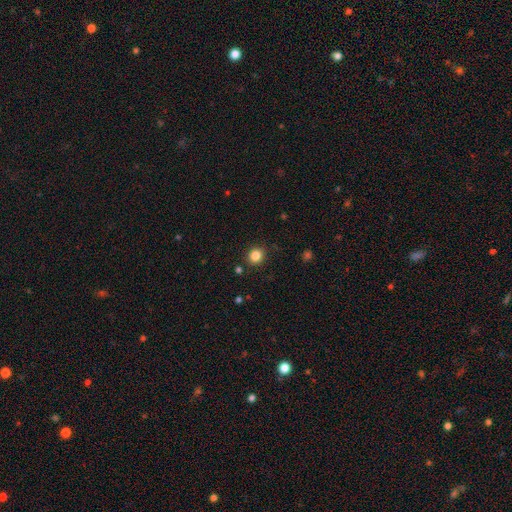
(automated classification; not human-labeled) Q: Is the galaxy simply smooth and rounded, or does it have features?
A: smooth — 84%.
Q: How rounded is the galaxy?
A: round — 84%.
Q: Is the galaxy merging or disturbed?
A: none — 89%.